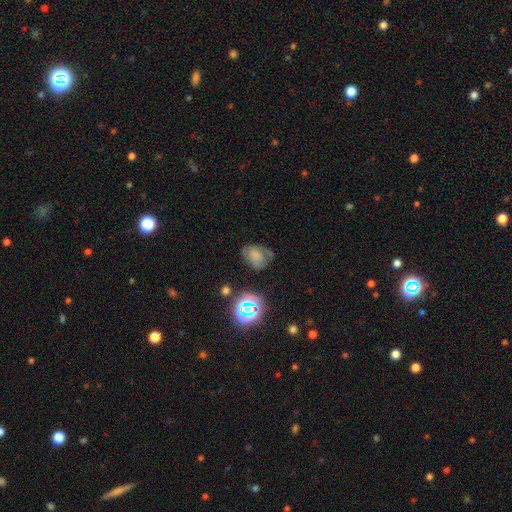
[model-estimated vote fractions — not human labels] This is possibly a smooth galaxy (47%). Merging: possibly none (51%).